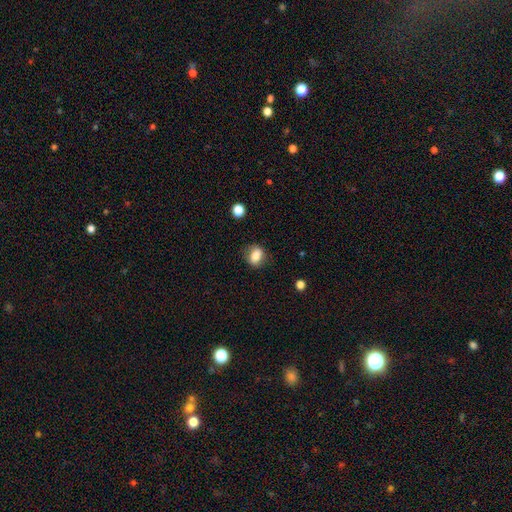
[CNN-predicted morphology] This appears to be a smooth galaxy with no disk features (81%) that is in between round and cigar-shaped (53%). Merging: none (78%).